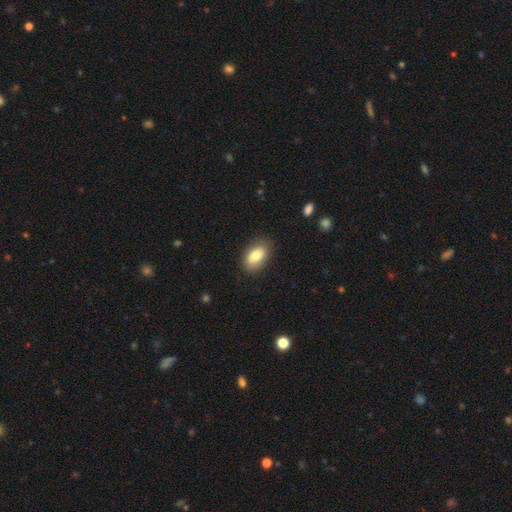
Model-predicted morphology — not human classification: Smooth or featured?
  - smooth: 78% *
  - featured or disk: 15%
  - star or artifact: 7%
How rounded?
  - in between: 90% *
  - round: 8%
  - cigar-shaped: 2%
Merging?
  - none: 84% *
  - minor disturbance: 12%
  - major disturbance: 3%
  - merger: 1%